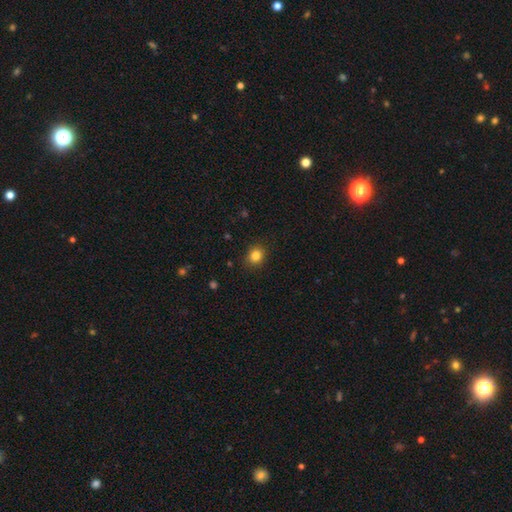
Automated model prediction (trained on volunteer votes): Morphology: type=smooth (83%); roundness=round (73%); merging=none (90%).